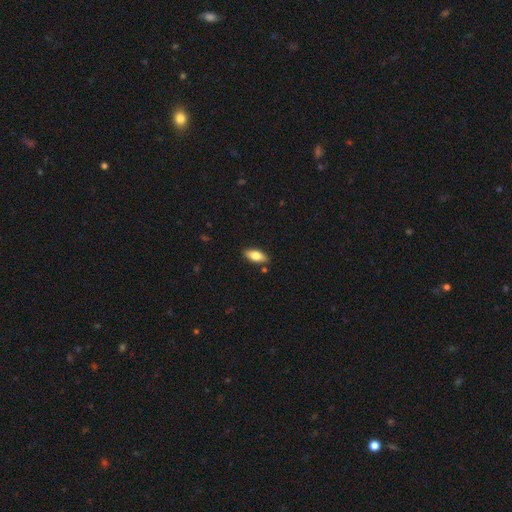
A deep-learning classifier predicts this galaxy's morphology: This is likely a smooth galaxy (77%). How rounded: clearly in between (84%). Merging: clearly none (86%).